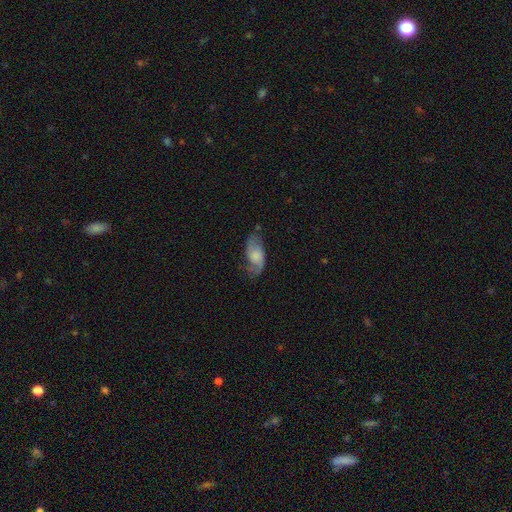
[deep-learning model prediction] This appears to be a featured or disk galaxy (55%) with no bar (68%), spiral arms (88%) and a small central bulge (29%). Merging: none (60%).